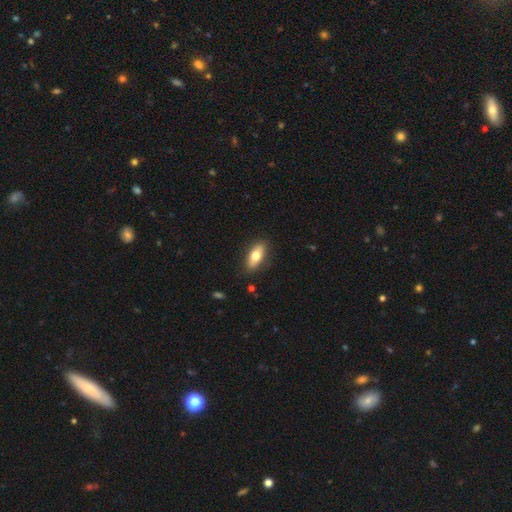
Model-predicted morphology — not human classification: Smooth or featured: smooth — 71% (featured or disk — 23%)
How rounded: in between — 78% (cigar-shaped — 19%)
Merging: none — 86% (minor disturbance — 11%)